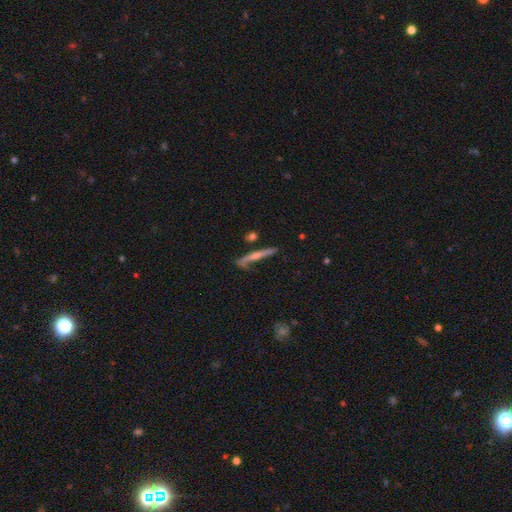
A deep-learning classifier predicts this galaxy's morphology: A featured or disk galaxy (64%) viewed edge-on (92%) with a rounded central bulge (71%). Merging: none (69%).